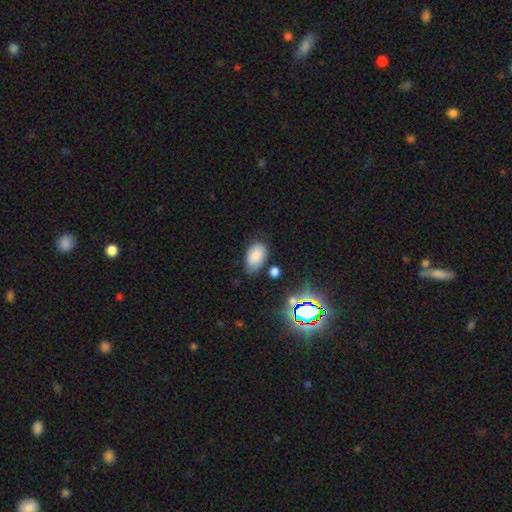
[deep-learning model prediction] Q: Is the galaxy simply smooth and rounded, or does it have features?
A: smooth — 80%.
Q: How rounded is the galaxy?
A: in between — 91%.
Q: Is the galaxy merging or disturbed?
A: none — 63%.